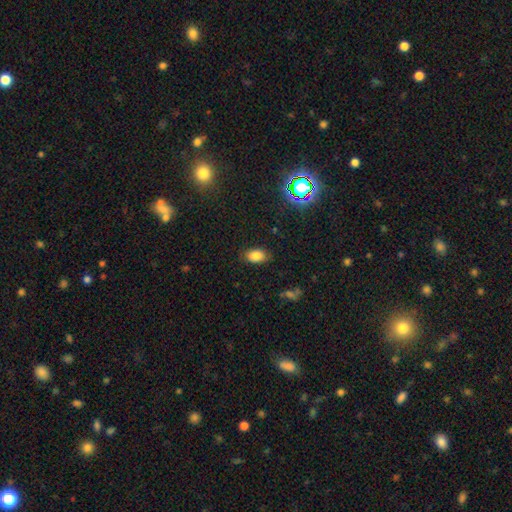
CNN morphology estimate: Q: Smooth or featured?
A: smooth (83%); runner-up: star or artifact (11%)
Q: How rounded?
A: in between (89%); runner-up: round (9%)
Q: Merging?
A: none (83%); runner-up: minor disturbance (13%)